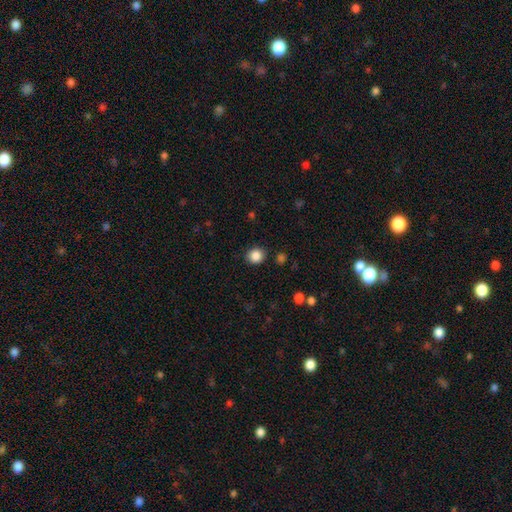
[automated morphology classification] A smooth galaxy with no disk features (86%) that is round (79%). Merging: none (88%).